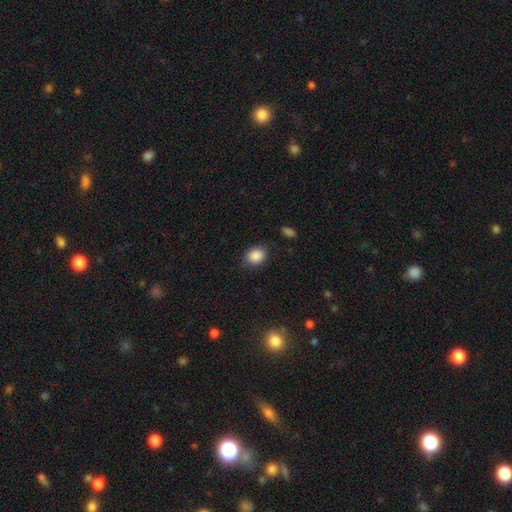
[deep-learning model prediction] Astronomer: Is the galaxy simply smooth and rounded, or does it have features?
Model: smooth — 87%.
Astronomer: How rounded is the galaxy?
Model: round — 53% (runner-up: in between, 46%).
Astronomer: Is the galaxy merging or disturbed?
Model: none — 81%.